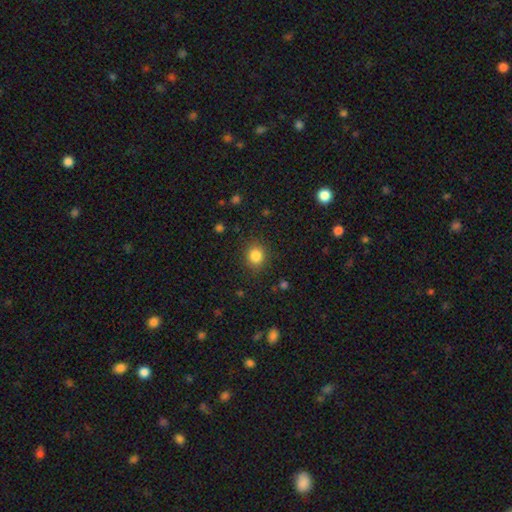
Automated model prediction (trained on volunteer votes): Overall: smooth (84%). How rounded: round (79%). Merging: none (88%).